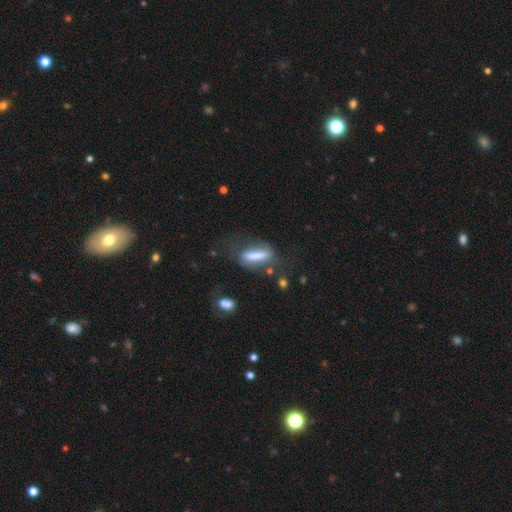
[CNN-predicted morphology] Q: Smooth or featured?
A: smooth (62%); runner-up: featured or disk (29%)
Q: How rounded?
A: cigar-shaped (66%); runner-up: in between (31%)
Q: Merging?
A: none (51%); runner-up: major disturbance (22%)